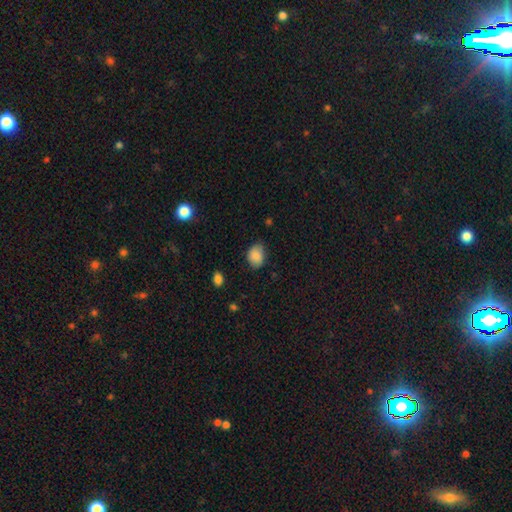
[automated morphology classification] smooth 87%, star or artifact 8%, featured or disk 5%. Down the decision tree: how rounded — in between (64%); merging — none (71%).